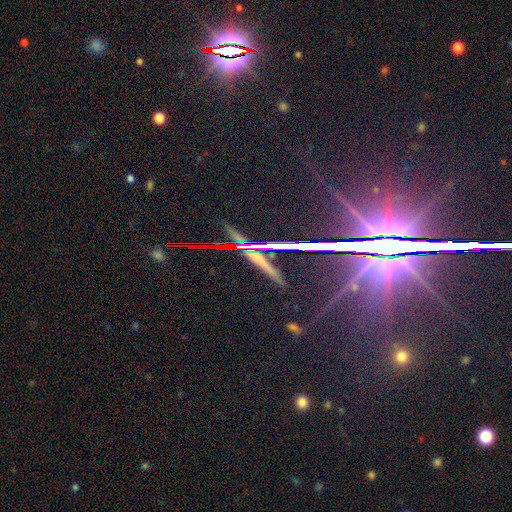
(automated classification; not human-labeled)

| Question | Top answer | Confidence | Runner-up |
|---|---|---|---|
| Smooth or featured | star or artifact | 70% | featured or disk (19%) |